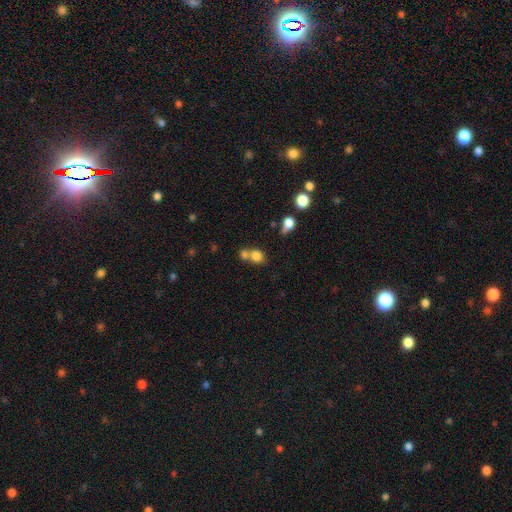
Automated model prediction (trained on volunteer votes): A smooth galaxy with no disk features (79%) that is round (64%). Merging: merger (48%).